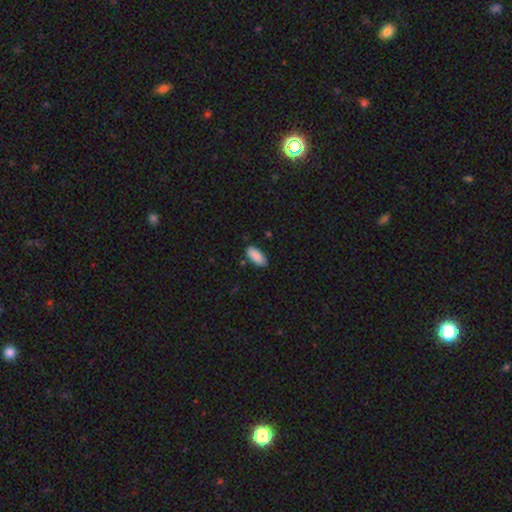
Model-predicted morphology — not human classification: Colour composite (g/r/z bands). It shows a smooth galaxy with no disk features (90%) that is in between round and cigar-shaped (86%). Merging: none (83%).